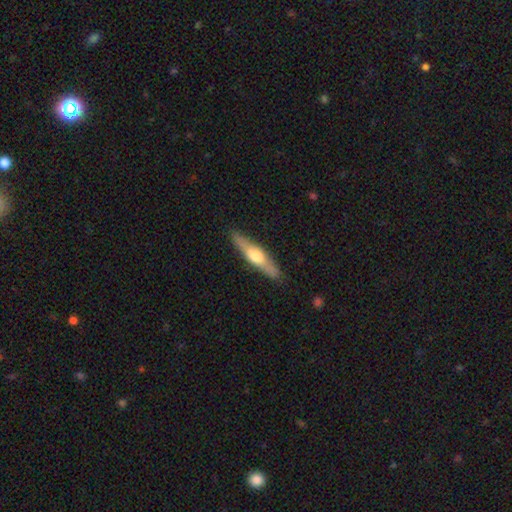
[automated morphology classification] Smooth or featured? featured or disk (55%)
Edge-on disk? yes (92%)
Edge-on bulge? rounded (89%)
Merging? none (88%)